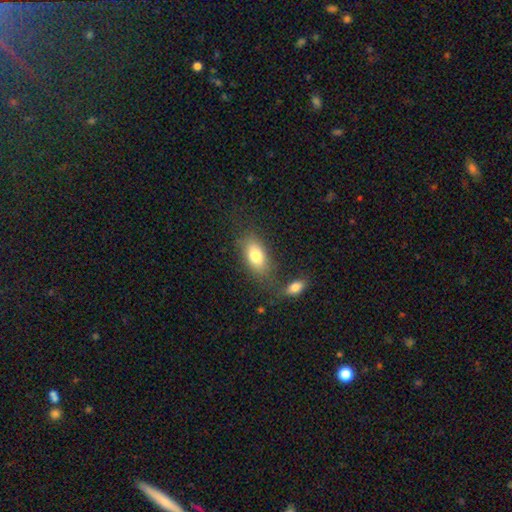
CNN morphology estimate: smooth-or-featured: smooth: 77% | featured or disk: 15% | star or artifact: 8%
  how-rounded: in between: 86% | round: 9% | cigar-shaped: 5%
  merging: none: 70% | minor disturbance: 15% | merger: 10% | major disturbance: 6%